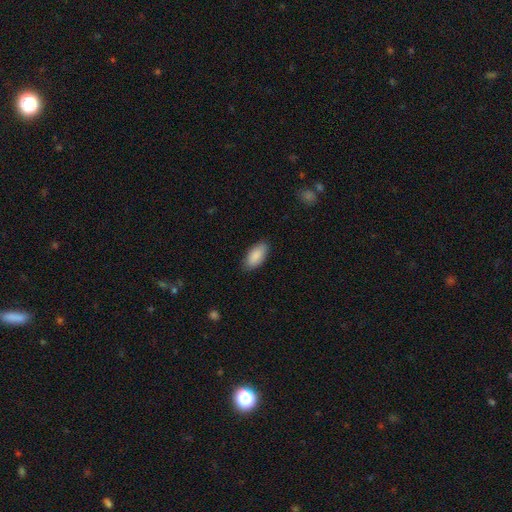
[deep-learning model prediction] smooth 89%, star or artifact 6%, featured or disk 5%. Down the decision tree: how rounded — in between (92%); merging — none (85%).